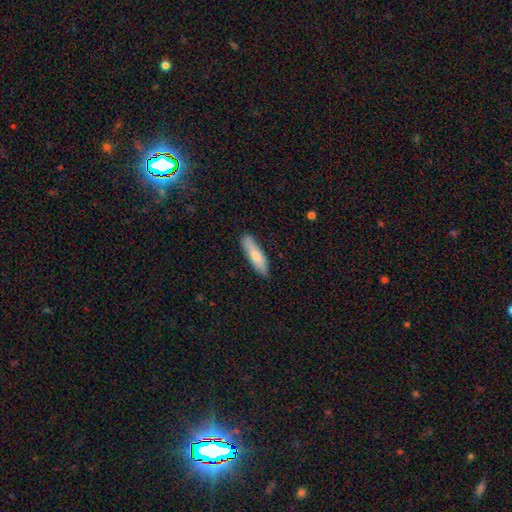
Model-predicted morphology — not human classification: This is likely a smooth galaxy (76%). How rounded: likely cigar-shaped (66%). Merging: clearly none (85%).